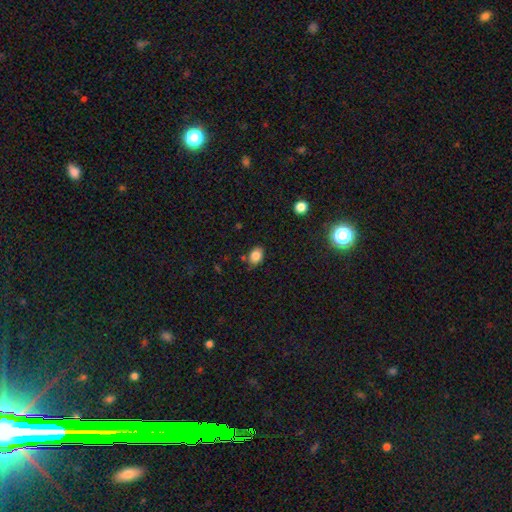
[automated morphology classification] type=smooth (84%); roundness=in between (70%); merging=none (78%).